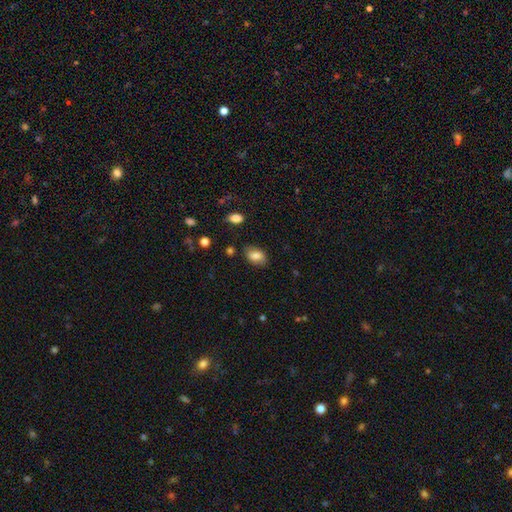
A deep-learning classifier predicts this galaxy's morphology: Smooth or featured? smooth (81%)
How rounded? in between (86%)
Merging? none (81%)